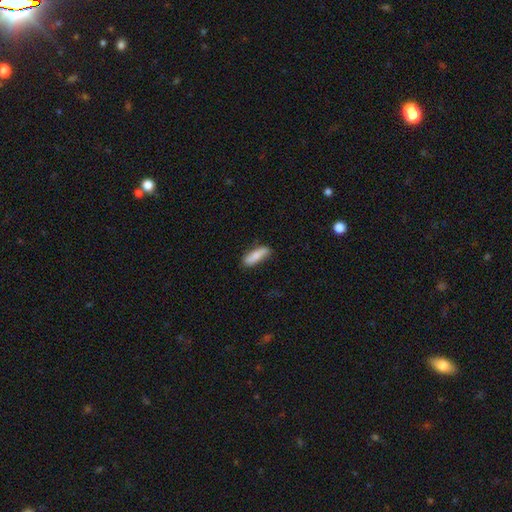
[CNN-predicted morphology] This is clearly a smooth galaxy (83%). How rounded: possibly cigar-shaped (53%). Merging: clearly none (81%).